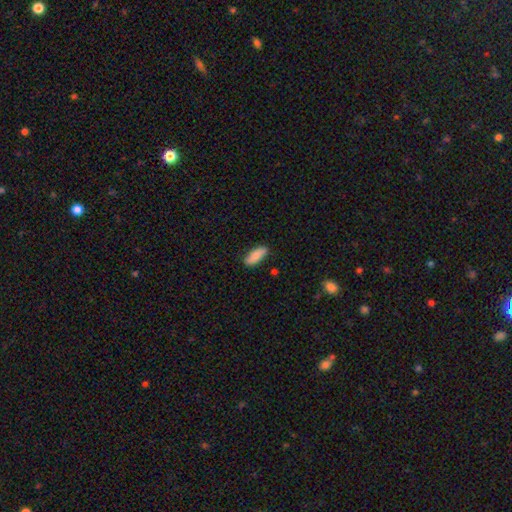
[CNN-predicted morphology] Smooth or featured? Predicted: smooth (p=0.81). How rounded? Predicted: in between (p=0.74). Merging? Predicted: none (p=0.85).